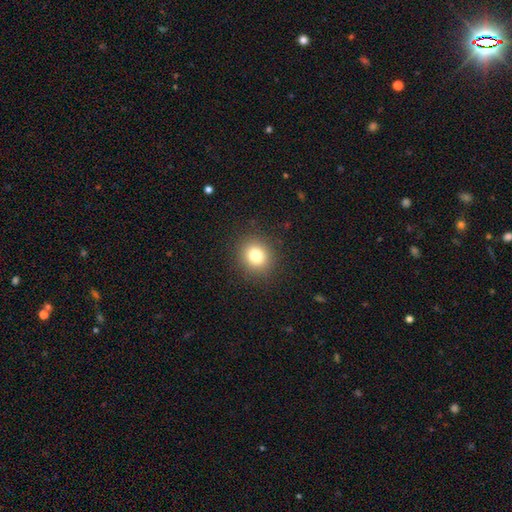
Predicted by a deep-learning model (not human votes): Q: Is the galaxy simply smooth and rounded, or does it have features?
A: smooth — 79%.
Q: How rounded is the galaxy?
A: round — 81%.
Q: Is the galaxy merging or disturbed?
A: none — 89%.